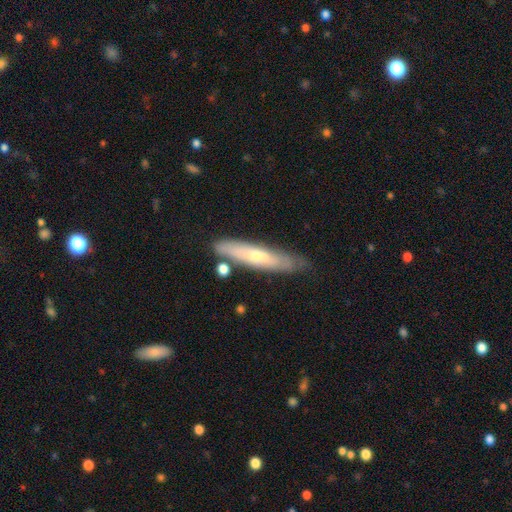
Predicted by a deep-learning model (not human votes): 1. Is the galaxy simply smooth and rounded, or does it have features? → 51% featured or disk, 43% smooth, 6% star or artifact.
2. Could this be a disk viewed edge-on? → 64% yes, 36% no.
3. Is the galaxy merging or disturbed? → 71% none, 19% minor disturbance, 6% merger, 4% major disturbance.